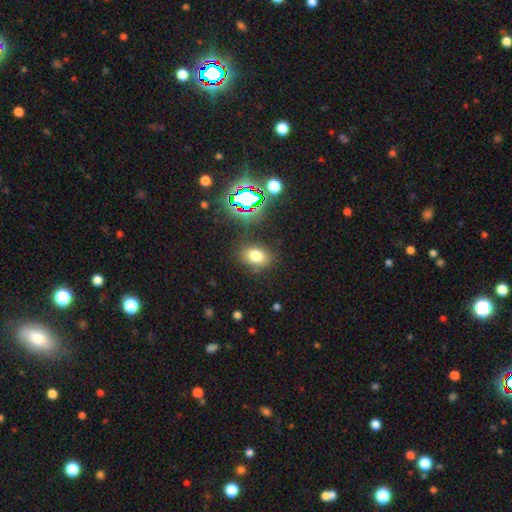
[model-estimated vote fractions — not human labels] A smooth galaxy with no disk features (72%) that is in between round and cigar-shaped (65%).

Vote fractions:
- Smooth or featured? smooth: 72% / star or artifact: 19% / featured or disk: 10%
- How rounded? in between: 65% / round: 34% / cigar-shaped: 1%
- Merging? none: 81% / minor disturbance: 12% / major disturbance: 4% / merger: 3%